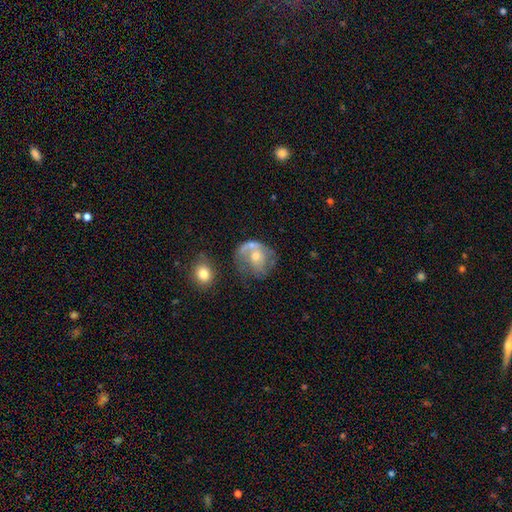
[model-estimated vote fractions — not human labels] This is possibly a featured or disk galaxy (57%). It is clearly not viewed edge-on (97%). Bar: likely no (79%). Spiral arm pattern: possibly yes (60%). Central bulge: possibly moderate (53%). Merging: marginally none (37%).